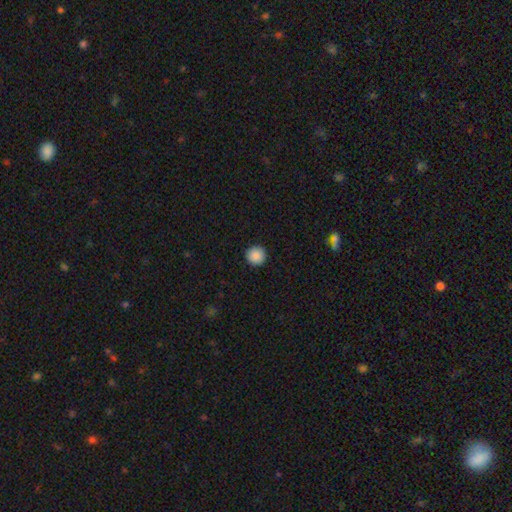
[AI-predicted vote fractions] Q: Smooth or featured?
A: smooth (89%); runner-up: star or artifact (9%)
Q: How rounded?
A: round (96%); runner-up: in between (3%)
Q: Merging?
A: none (93%); runner-up: minor disturbance (4%)